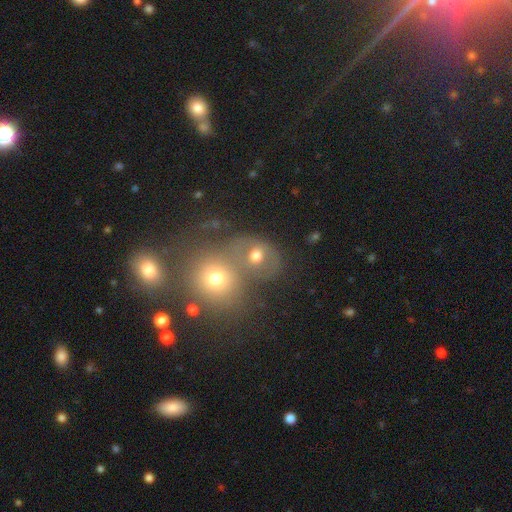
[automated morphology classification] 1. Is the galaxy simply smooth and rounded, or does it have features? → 62% smooth, 23% featured or disk, 15% star or artifact.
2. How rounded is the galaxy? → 67% round, 32% in between, 1% cigar-shaped.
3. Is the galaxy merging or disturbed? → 59% merger, 27% none, 8% minor disturbance, 7% major disturbance.